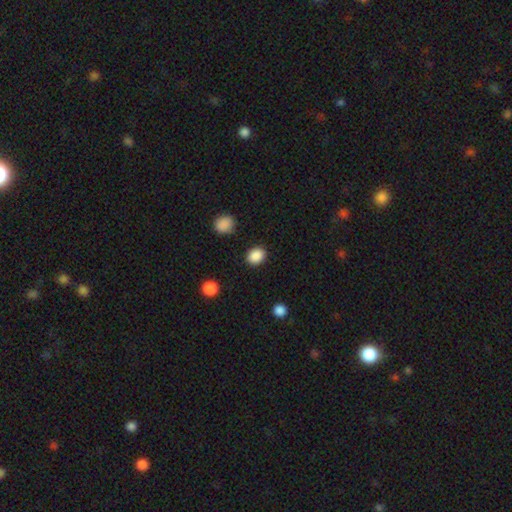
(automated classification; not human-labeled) This appears to be a smooth galaxy with no disk features (88%) that is in between round and cigar-shaped (52%). Merging: none (88%).